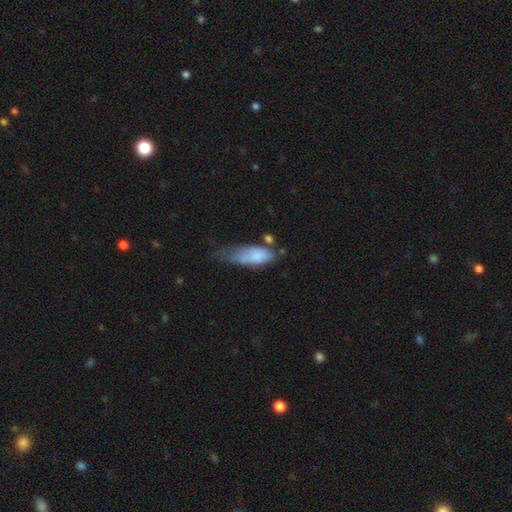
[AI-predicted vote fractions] Smooth or featured? Predicted: smooth (p=0.75). How rounded? Predicted: in between (p=0.69). Merging? Predicted: minor disturbance (p=0.38).